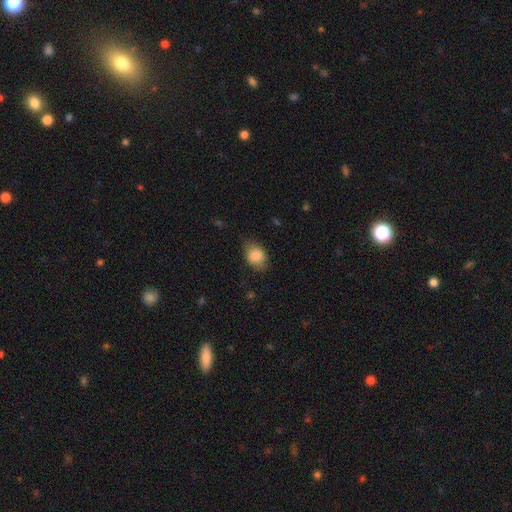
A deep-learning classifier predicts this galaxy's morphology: smooth-or-featured: smooth: 84% | featured or disk: 9% | star or artifact: 7%
  how-rounded: in between: 74% | round: 25% | cigar-shaped: 1%
  merging: none: 67% | minor disturbance: 25% | major disturbance: 6% | merger: 1%